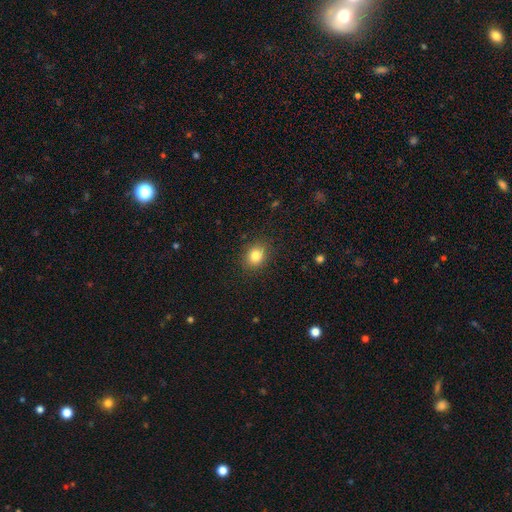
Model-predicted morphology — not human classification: The model was most divided on "how rounded": round: 60%, in between: 39%, cigar-shaped: 1%. More confident: merging — none (87%); smooth or featured — smooth (82%).